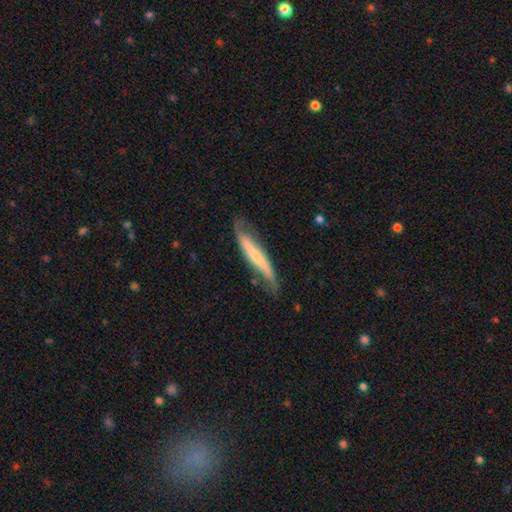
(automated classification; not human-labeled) Smooth or featured? Predicted: featured or disk (p=0.58). Edge-on disk? Predicted: yes (p=0.57). Merging? Predicted: none (p=0.58).